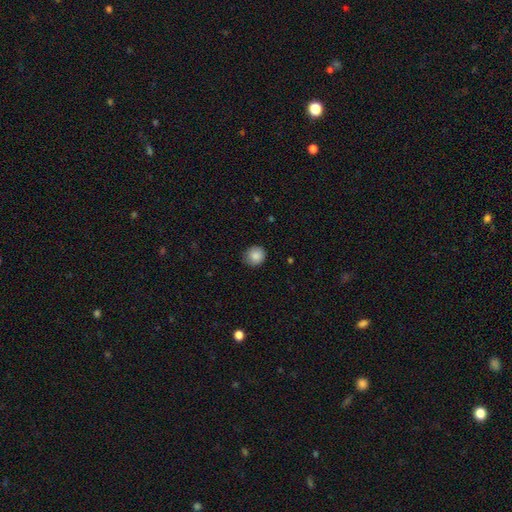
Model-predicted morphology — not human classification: The model was most divided on "merging": none: 84%, minor disturbance: 12%, major disturbance: 2%, merger: 1%. More confident: how rounded — round (89%); smooth or featured — smooth (86%).